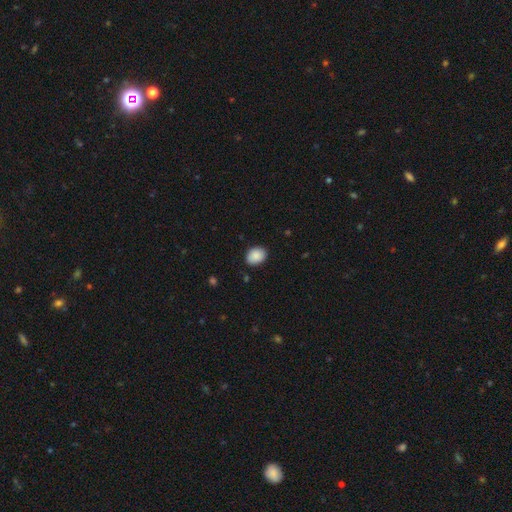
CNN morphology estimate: Smooth or featured? smooth (89%)
How rounded? in between (63%)
Merging? none (85%)